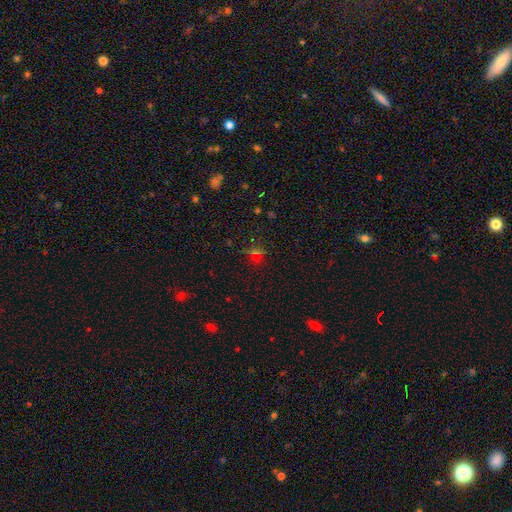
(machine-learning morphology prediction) Overall: star or artifact (56%; smooth 33%).